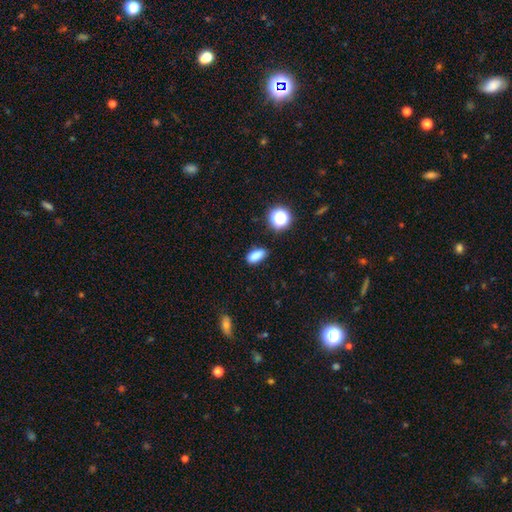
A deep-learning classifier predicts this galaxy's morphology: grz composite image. It shows a smooth galaxy with no disk features (83%) that is in between round and cigar-shaped (82%). Merging: none (81%).